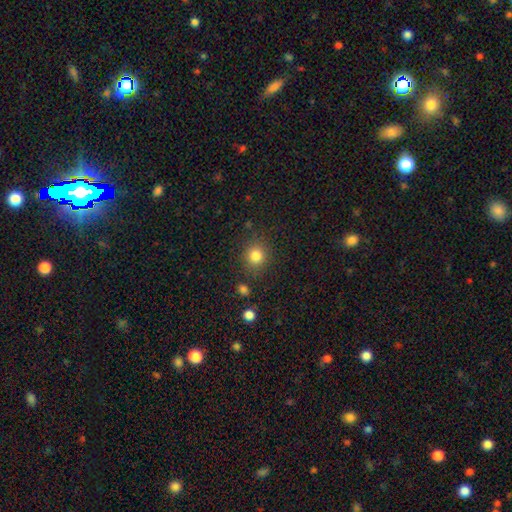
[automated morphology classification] Smooth or featured: smooth — 82% (star or artifact — 12%)
How rounded: round — 86% (in between — 13%)
Merging: none — 85% (minor disturbance — 9%)